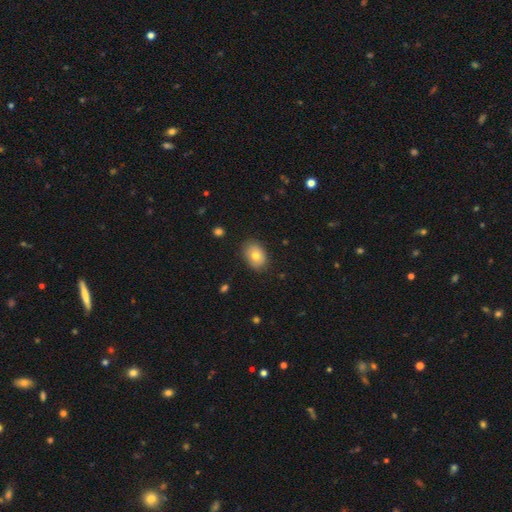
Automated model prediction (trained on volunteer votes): A smooth galaxy with no disk features (77%) that is in between round and cigar-shaped (77%). Merging: none (84%).